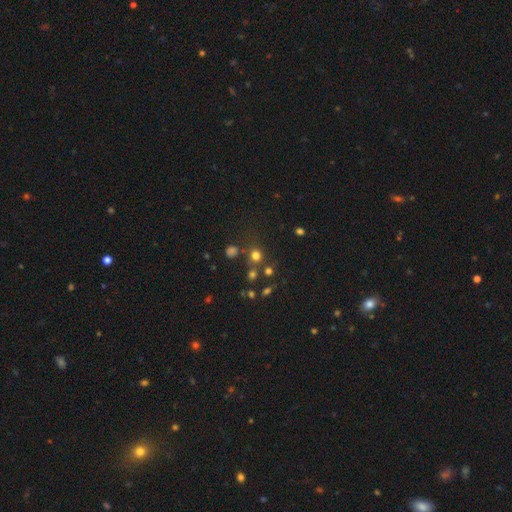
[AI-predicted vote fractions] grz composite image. It shows a smooth galaxy with no disk features (69%) that is round (89%). Merging: none (71%).